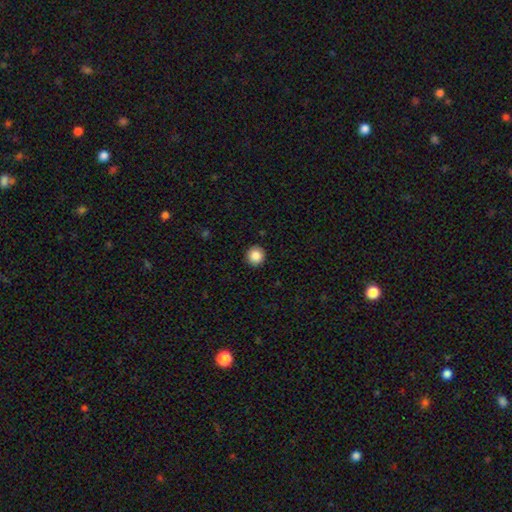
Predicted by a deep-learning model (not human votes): Morphology: type=smooth (87%); roundness=round (93%); merging=none (92%).